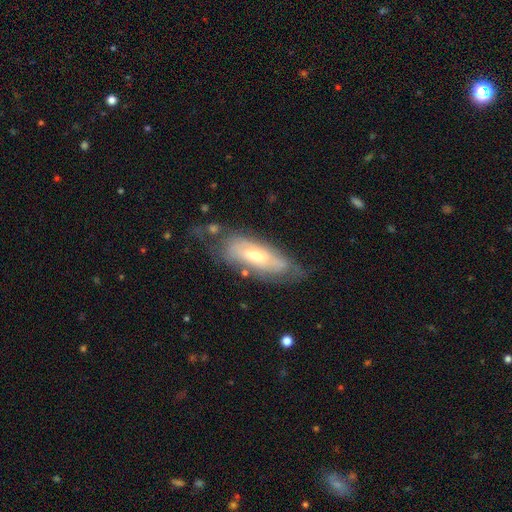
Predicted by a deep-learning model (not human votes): Smooth or featured?
  - featured or disk: 61% *
  - smooth: 32%
  - star or artifact: 7%
Edge-on disk?
  - no: 78% *
  - yes: 22%
Merging?
  - none: 58% *
  - minor disturbance: 26%
  - major disturbance: 13%
  - merger: 4%